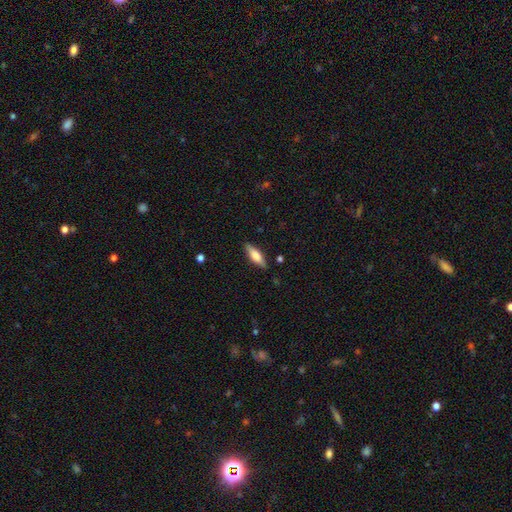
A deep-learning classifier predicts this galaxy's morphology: Q: Smooth or featured?
A: smooth (63%); runner-up: featured or disk (30%)
Q: How rounded?
A: in between (51%); runner-up: cigar-shaped (47%)
Q: Merging?
A: none (85%); runner-up: minor disturbance (11%)